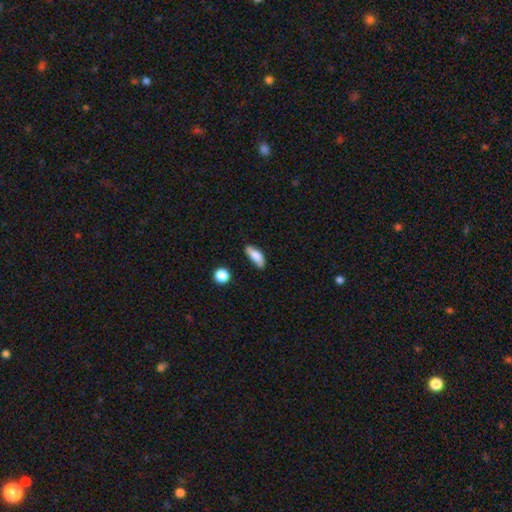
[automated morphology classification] Overall: smooth (80%). How rounded: in between (74%). Merging: none (67%).